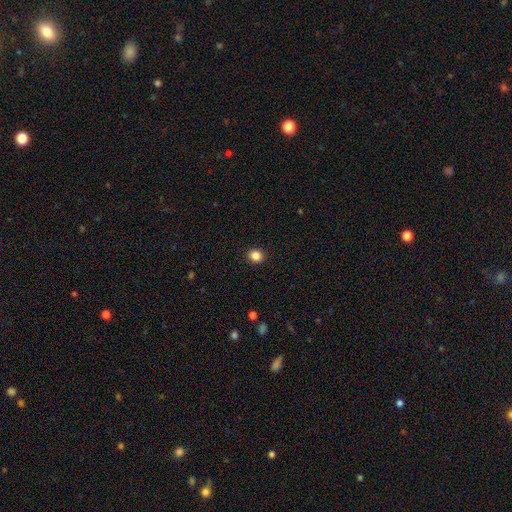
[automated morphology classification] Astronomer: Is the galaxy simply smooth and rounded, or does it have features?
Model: smooth — 86%.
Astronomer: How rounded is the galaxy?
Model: round — 75%.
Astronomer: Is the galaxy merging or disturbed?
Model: none — 92%.